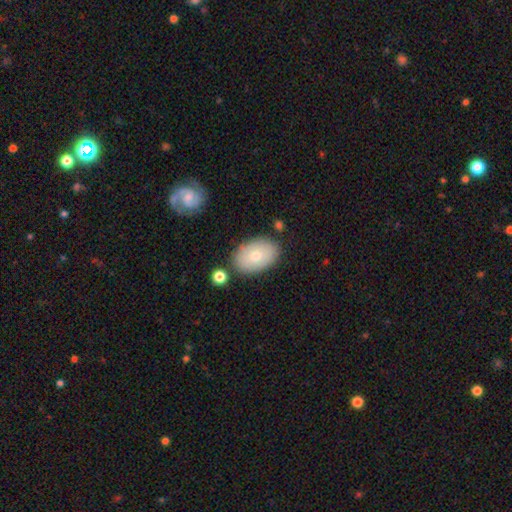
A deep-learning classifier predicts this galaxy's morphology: A smooth galaxy with no disk features (72%) that is in between round and cigar-shaped (87%). Merging: none (81%).